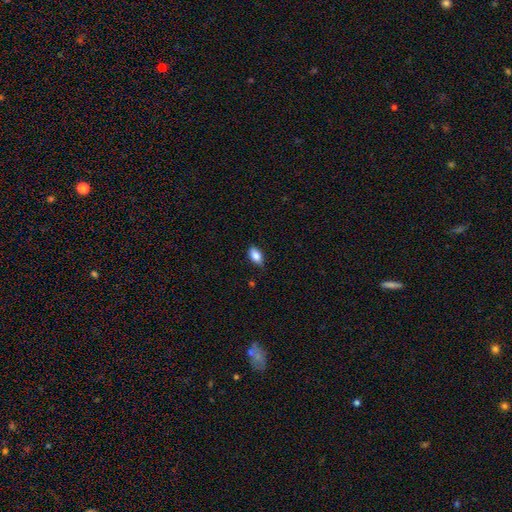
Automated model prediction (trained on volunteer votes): This appears to be a smooth galaxy with no disk features (84%) that is in between round and cigar-shaped (89%). Merging: none (76%).